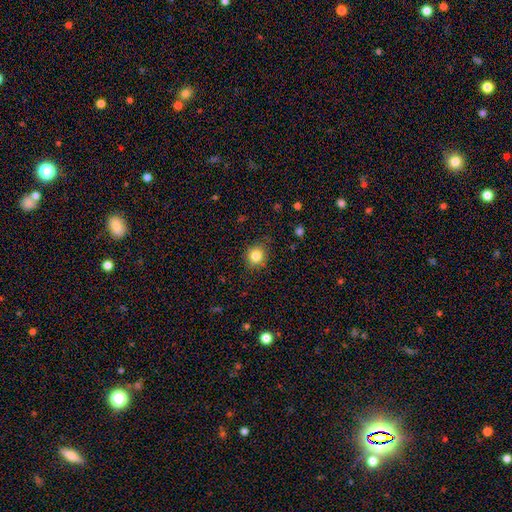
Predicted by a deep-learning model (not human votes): Smooth or featured? smooth (83%)
How rounded? round (80%)
Merging? none (85%)